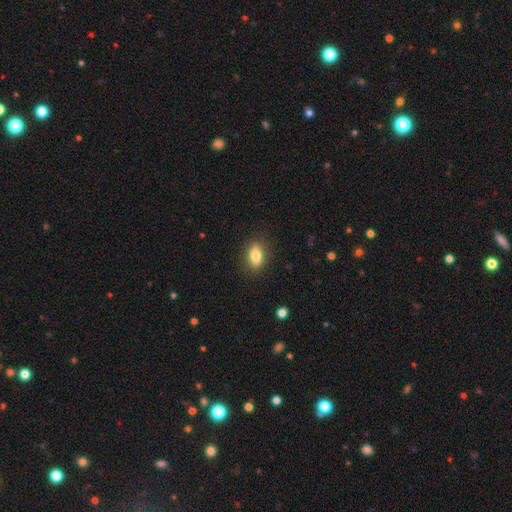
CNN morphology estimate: The model was most divided on "how rounded": in between: 80%, round: 16%, cigar-shaped: 3%. More confident: merging — none (87%); smooth or featured — smooth (82%).